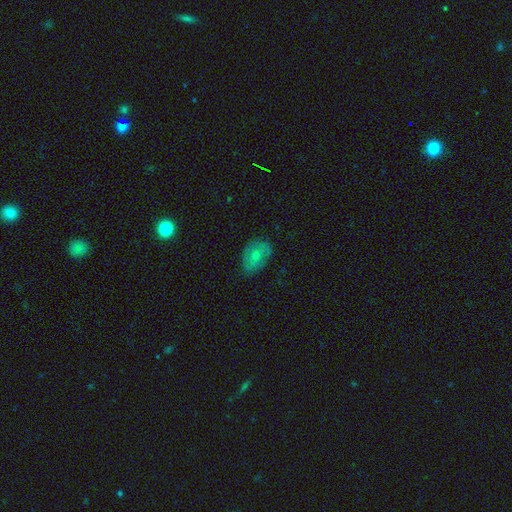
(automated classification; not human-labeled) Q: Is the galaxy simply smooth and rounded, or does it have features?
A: smooth — 55%.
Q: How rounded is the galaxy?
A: in between — 79%.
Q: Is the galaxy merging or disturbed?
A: none — 70%.